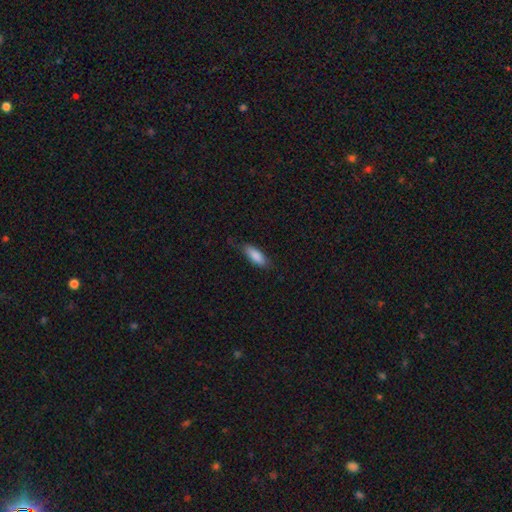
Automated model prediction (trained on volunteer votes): Overall: smooth (86%). How rounded: in between (66%; cigar-shaped 33%). Merging: none (75%).